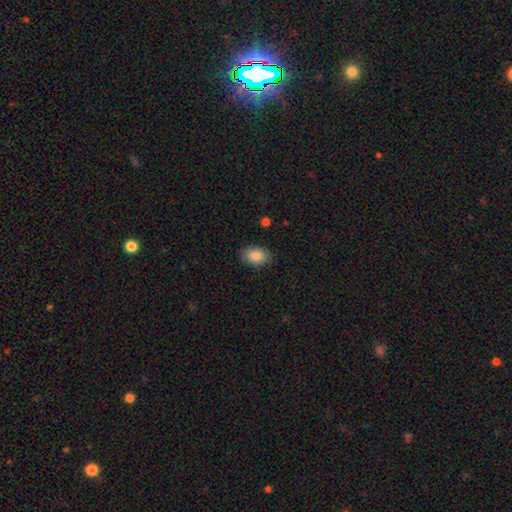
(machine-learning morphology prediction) This is clearly a smooth galaxy (87%). How rounded: clearly in between (89%). Merging: clearly none (85%).